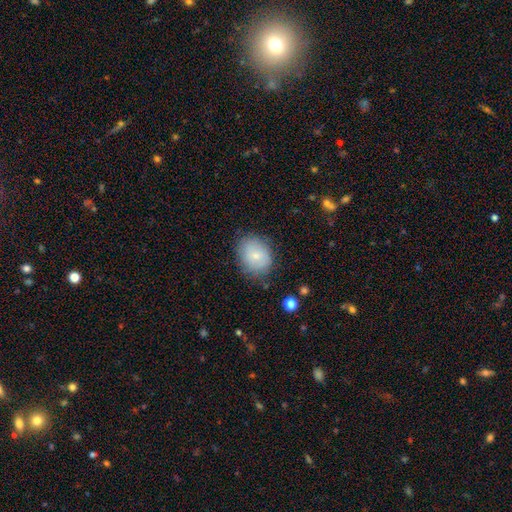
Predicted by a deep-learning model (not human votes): Overall: smooth (74%). How rounded: in between (50%; round 49%). Merging: none (75%).